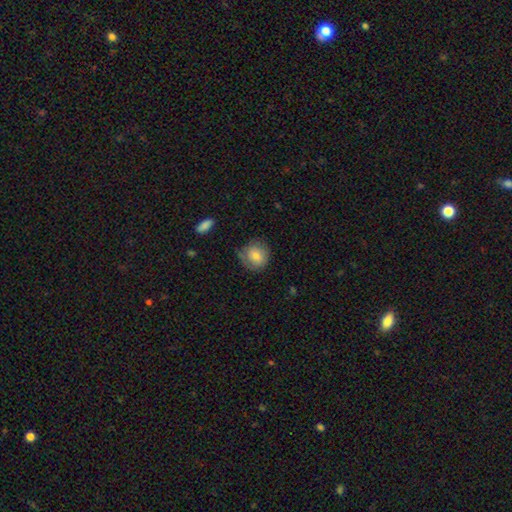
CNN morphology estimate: smooth_or_featured: smooth (p=0.76) [alt: featured or disk p=0.17]
how_rounded: round (p=0.84) [alt: in between p=0.15]
merging: none (p=0.64) [alt: minor disturbance p=0.26]